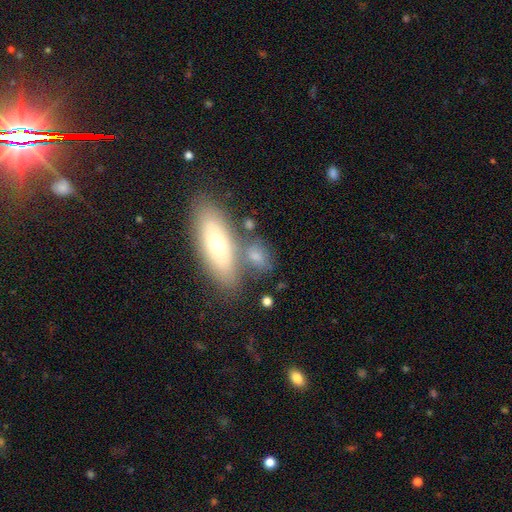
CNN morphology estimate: A smooth galaxy with no disk features (70%) that is in between round and cigar-shaped (71%).

Vote fractions:
- Smooth or featured? smooth: 70% / featured or disk: 21% / star or artifact: 9%
- How rounded? in between: 71% / cigar-shaped: 16% / round: 14%
- Merging? none: 54% / merger: 27% / minor disturbance: 13% / major disturbance: 6%